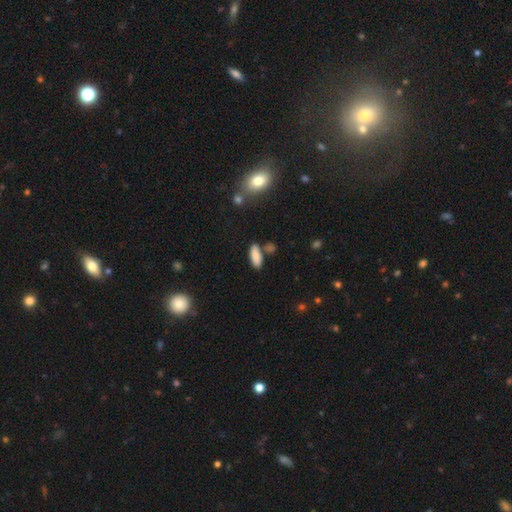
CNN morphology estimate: This is clearly a smooth galaxy (85%). How rounded: likely in between (70%). Merging: likely none (71%).